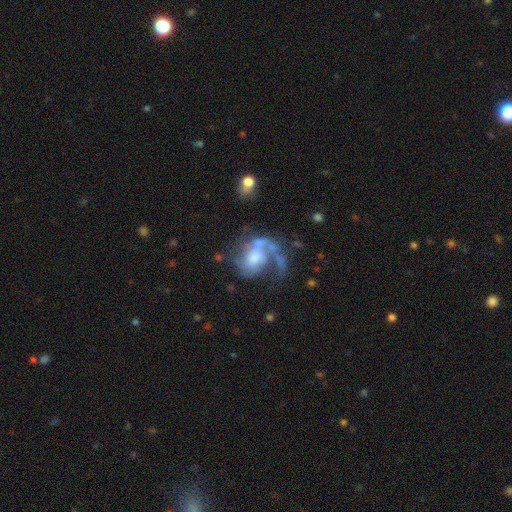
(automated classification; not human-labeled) This is likely a featured or disk galaxy (75%). It is clearly not viewed edge-on (98%). Bar: likely no (64%). Spiral arm pattern: clearly yes (83%). Spiral arm count: possibly 1 (57%). Spiral winding: marginally loose (42%). Central bulge: marginally moderate (43%). Merging: marginally major disturbance (40%).